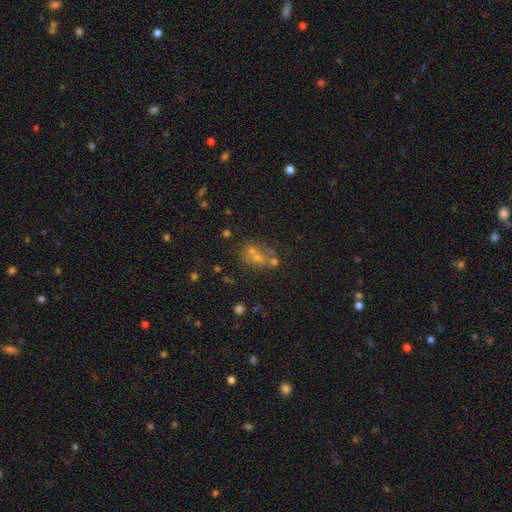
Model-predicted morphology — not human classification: Overall: smooth (46%; featured or disk 30%). Merging: merger (47%; none 35%).